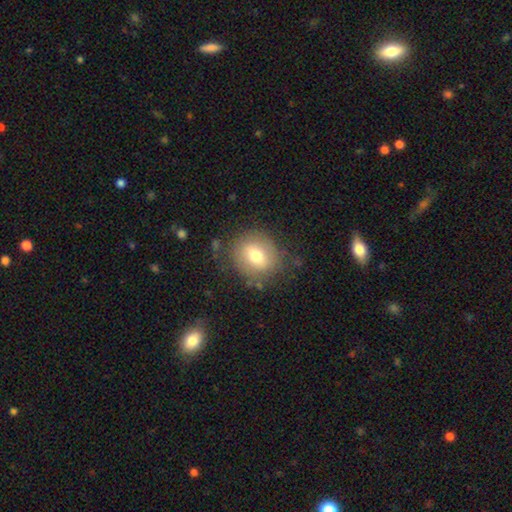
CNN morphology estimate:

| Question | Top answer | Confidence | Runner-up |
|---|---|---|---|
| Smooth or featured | smooth | 68% | featured or disk (22%) |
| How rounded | round | 76% | in between (23%) |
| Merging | none | 78% | minor disturbance (14%) |